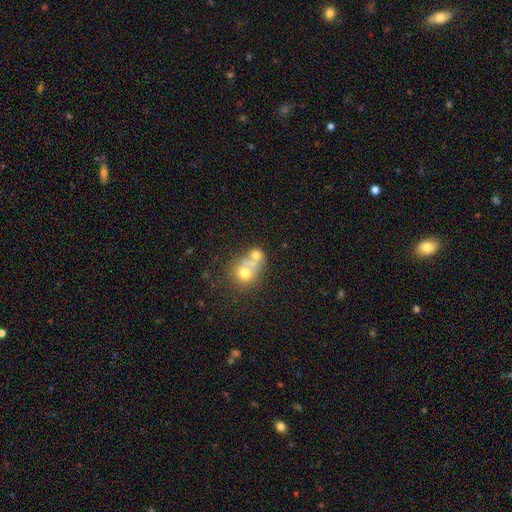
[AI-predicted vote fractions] This is likely a smooth galaxy (64%). How rounded: likely round (62%). Merging: likely merger (63%).